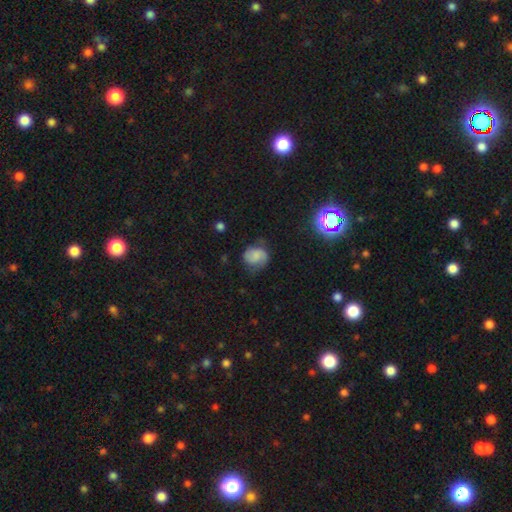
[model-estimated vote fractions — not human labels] A smooth galaxy with no disk features (47%). Merging: none (60%).